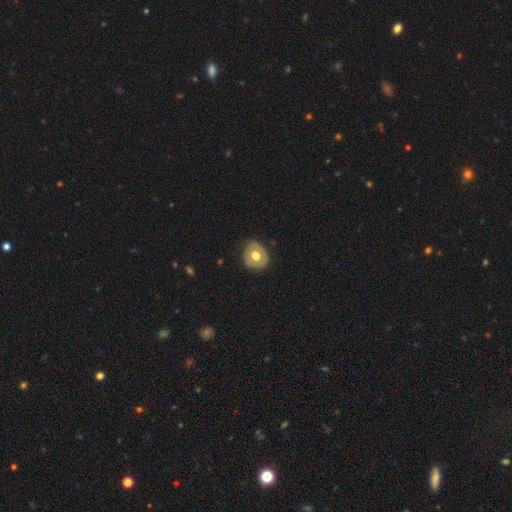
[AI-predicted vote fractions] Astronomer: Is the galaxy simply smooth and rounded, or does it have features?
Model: smooth — 48% (runner-up: featured or disk, 46%).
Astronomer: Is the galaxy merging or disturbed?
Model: none — 73%.